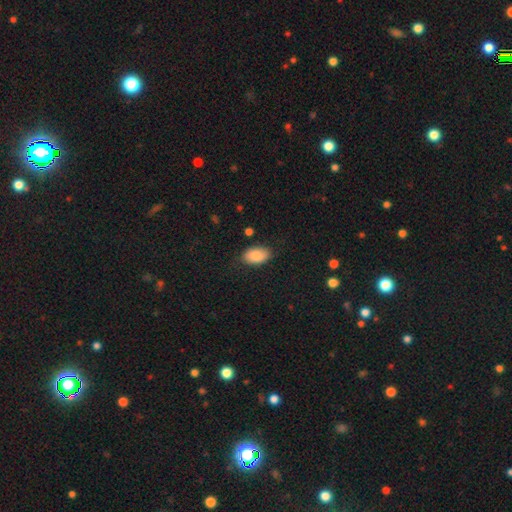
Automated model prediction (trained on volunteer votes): The model was most divided on "merging": none: 81%, minor disturbance: 14%, major disturbance: 3%, merger: 2%. More confident: how rounded — in between (92%); smooth or featured — smooth (84%).